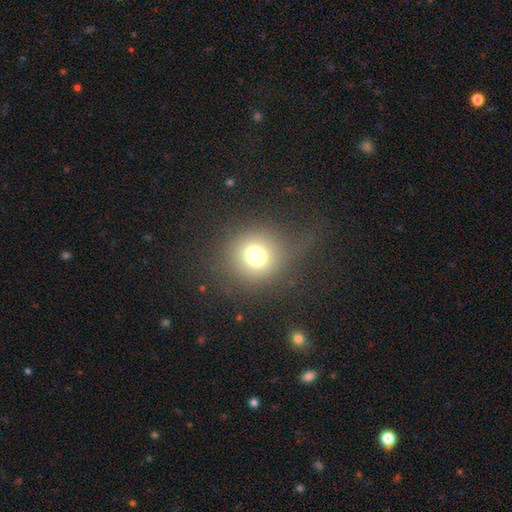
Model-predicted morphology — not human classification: type=smooth (73%); roundness=round (88%); merging=none (74%).